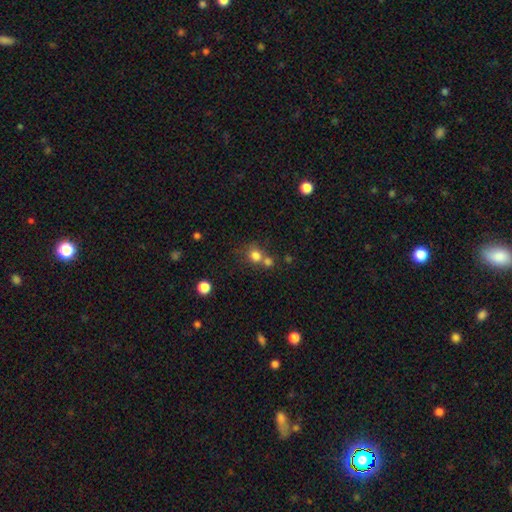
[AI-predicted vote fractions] smooth 78%, star or artifact 14%, featured or disk 8%. Down the decision tree: how rounded — round (83%); merging — none (49%).